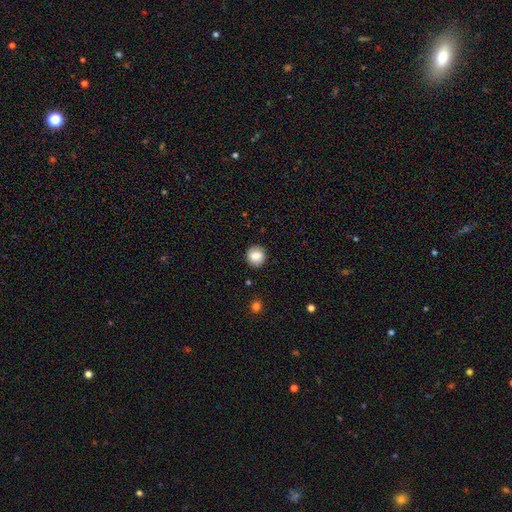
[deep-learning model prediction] Morphology: type=smooth (81%); roundness=round (88%); merging=none (89%).